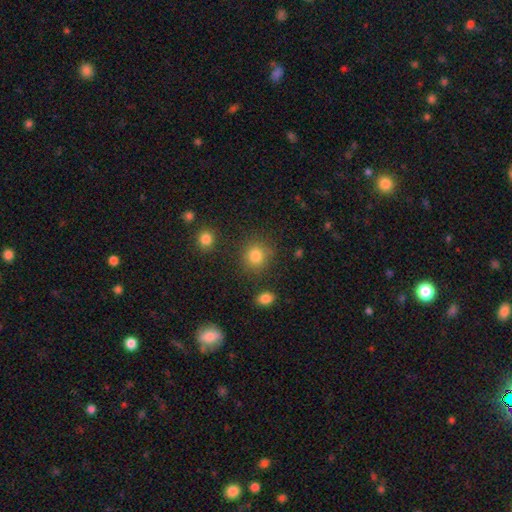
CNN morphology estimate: Q: Smooth or featured?
A: smooth (83%); runner-up: star or artifact (12%)
Q: How rounded?
A: round (86%); runner-up: in between (13%)
Q: Merging?
A: none (82%); runner-up: minor disturbance (10%)